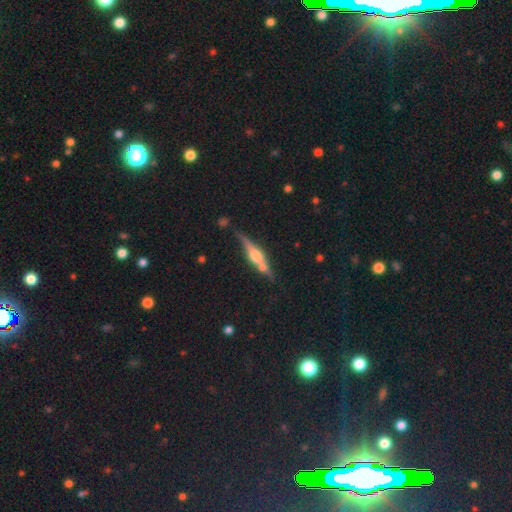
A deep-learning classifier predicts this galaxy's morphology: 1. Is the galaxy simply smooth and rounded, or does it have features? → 74% featured or disk, 19% smooth, 7% star or artifact.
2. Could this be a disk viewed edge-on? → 95% yes, 5% no.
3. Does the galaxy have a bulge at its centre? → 81% rounded, 14% boxy, 5% none.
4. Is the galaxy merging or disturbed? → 72% none, 15% minor disturbance, 9% merger, 4% major disturbance.